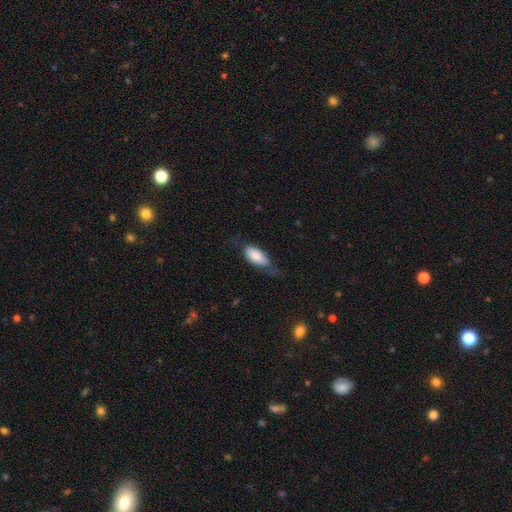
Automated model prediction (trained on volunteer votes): The model was most divided on "merging": none: 43%, minor disturbance: 38%, major disturbance: 17%, merger: 2%. More confident: how rounded — in between (84%); smooth or featured — smooth (81%).